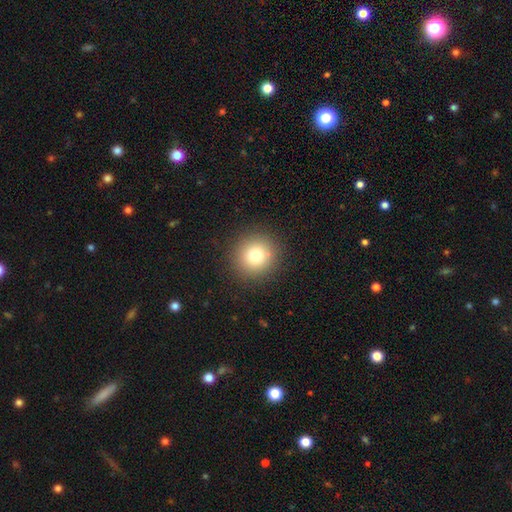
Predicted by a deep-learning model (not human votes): Smooth or featured? Predicted: smooth (p=0.77). How rounded? Predicted: round (p=0.94). Merging? Predicted: none (p=0.91).